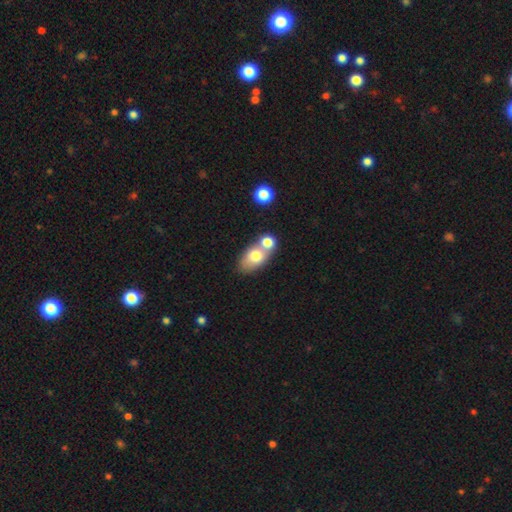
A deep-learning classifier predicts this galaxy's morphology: Smooth or featured: smooth — 73% (featured or disk — 19%)
How rounded: in between — 79% (round — 18%)
Merging: merger — 51% (none — 36%)